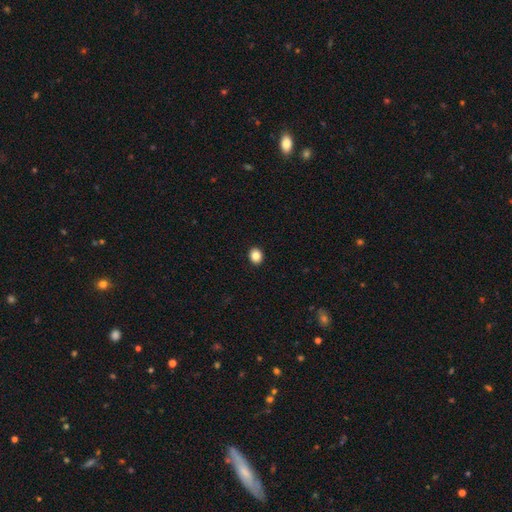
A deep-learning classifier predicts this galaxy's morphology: A smooth galaxy with no disk features (86%) that is round (66%). Merging: none (93%).